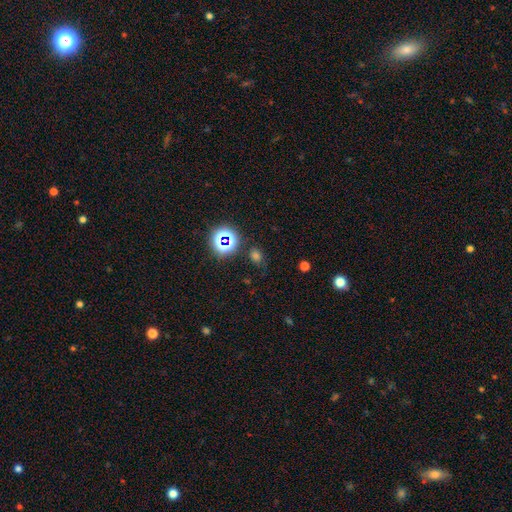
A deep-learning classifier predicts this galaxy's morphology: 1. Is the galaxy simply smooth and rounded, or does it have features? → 61% smooth, 33% star or artifact, 6% featured or disk.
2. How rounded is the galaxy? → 50% round, 48% in between, 2% cigar-shaped.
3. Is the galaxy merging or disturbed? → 77% none, 15% minor disturbance, 5% major disturbance, 4% merger.